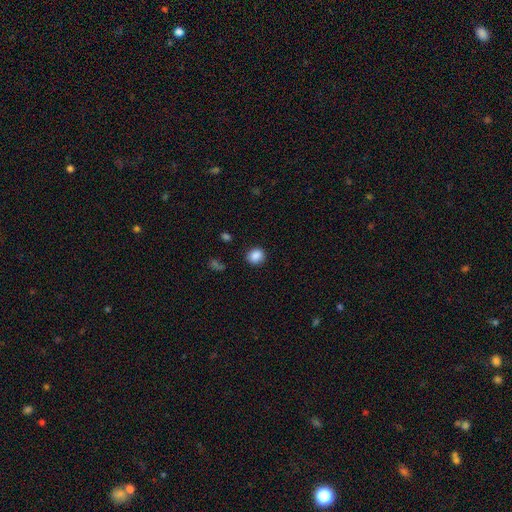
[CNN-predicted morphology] This is clearly a smooth galaxy (87%). How rounded: likely round (75%). Merging: clearly none (87%).